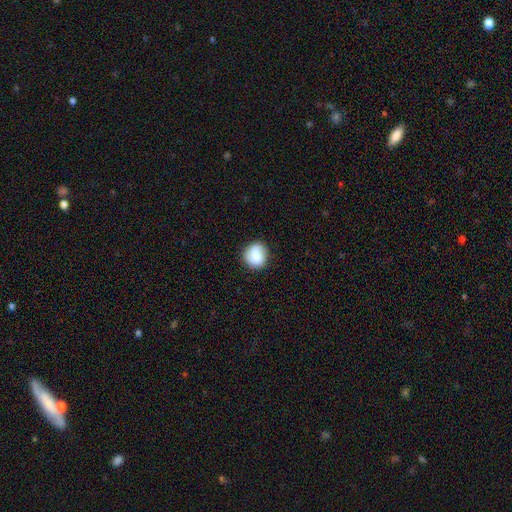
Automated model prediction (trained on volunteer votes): A smooth galaxy with no disk features (66%) that is round (80%). Merging: none (77%).